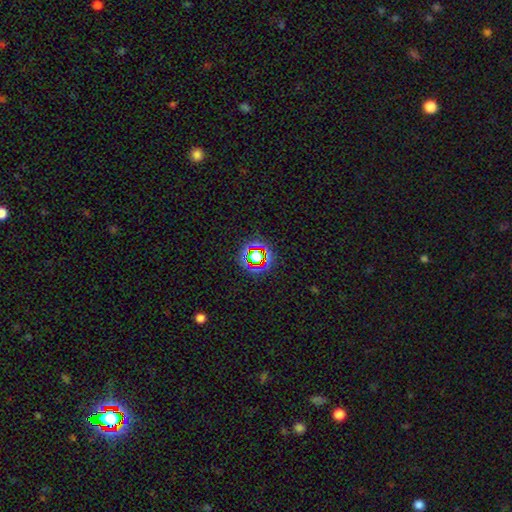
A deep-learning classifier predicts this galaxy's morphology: A star or artifact, not a galaxy (63%).